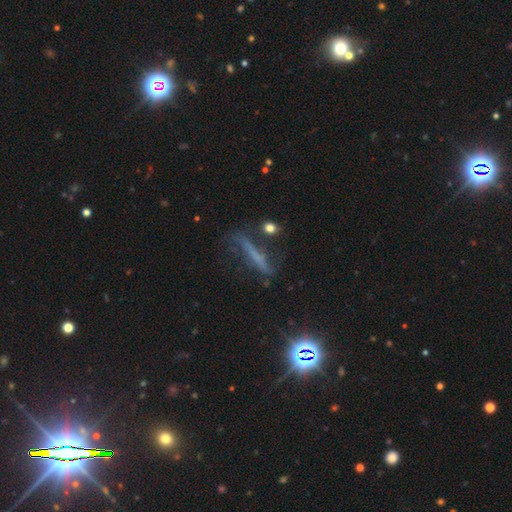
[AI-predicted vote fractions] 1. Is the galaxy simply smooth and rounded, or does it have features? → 45% featured or disk, 35% smooth, 20% star or artifact.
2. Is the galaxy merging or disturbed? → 58% none, 23% minor disturbance, 14% major disturbance, 6% merger.